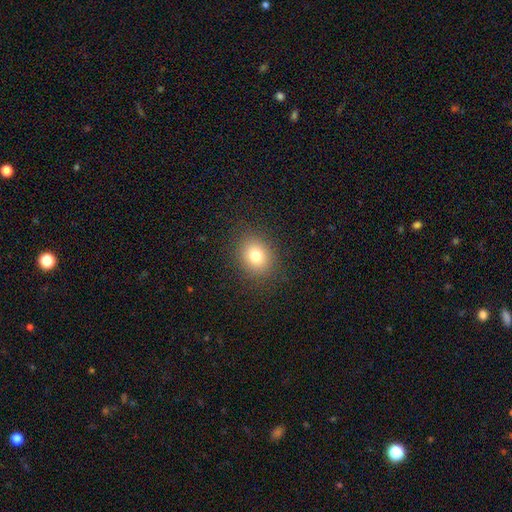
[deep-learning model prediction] This appears to be a smooth galaxy with no disk features (77%) that is round (67%). Merging: none (88%).